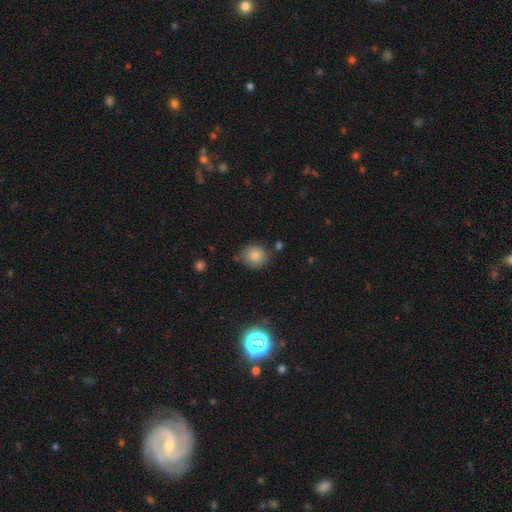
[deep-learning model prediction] smooth-or-featured: smooth: 84% | star or artifact: 10% | featured or disk: 6%
  how-rounded: round: 89% | in between: 10% | cigar-shaped: 1%
  merging: none: 78% | minor disturbance: 14% | merger: 5% | major disturbance: 4%